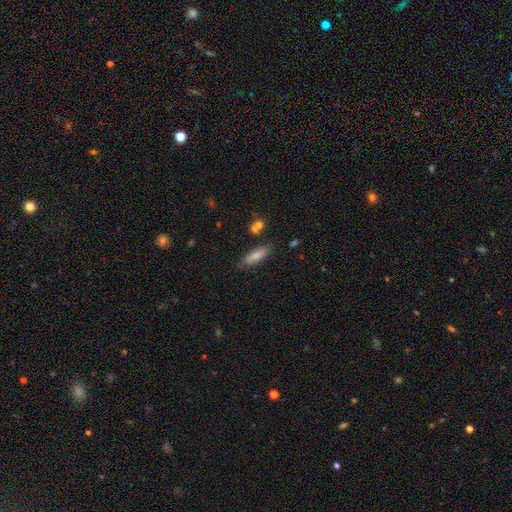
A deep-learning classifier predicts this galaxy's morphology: smooth_or_featured: smooth (p=0.76) [alt: featured or disk p=0.17]
how_rounded: cigar-shaped (p=0.53) [alt: in between p=0.45]
merging: none (p=0.75) [alt: minor disturbance p=0.16]